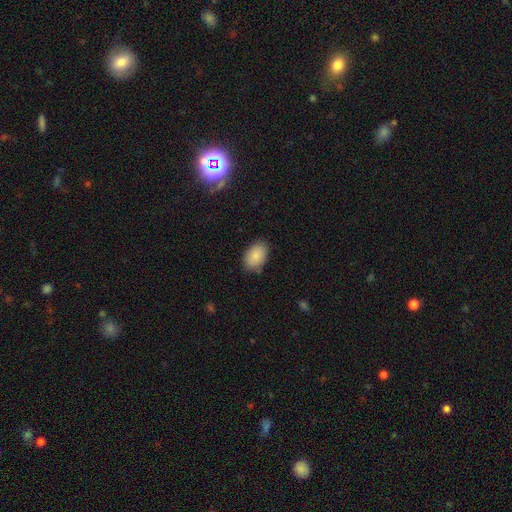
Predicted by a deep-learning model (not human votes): Smooth or featured? Predicted: smooth (p=0.86). How rounded? Predicted: in between (p=0.89). Merging? Predicted: none (p=0.83).